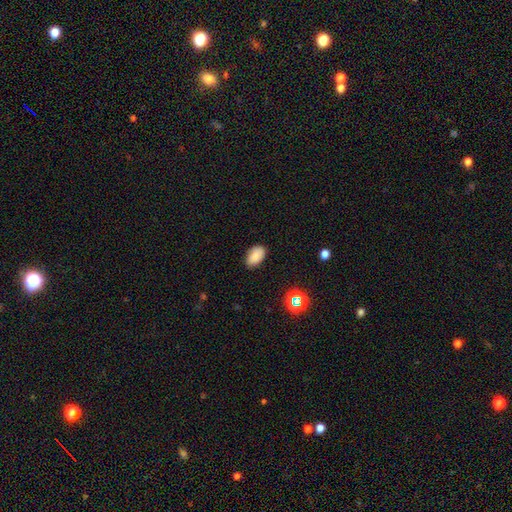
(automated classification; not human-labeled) A smooth galaxy with no disk features (81%) that is in between round and cigar-shaped (91%). Merging: none (80%).